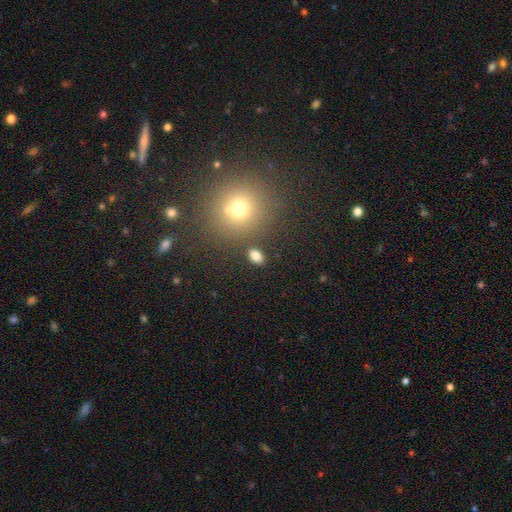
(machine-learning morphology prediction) This appears to be a smooth galaxy with no disk features (81%) that is in between round and cigar-shaped (82%). Merging: none (83%).